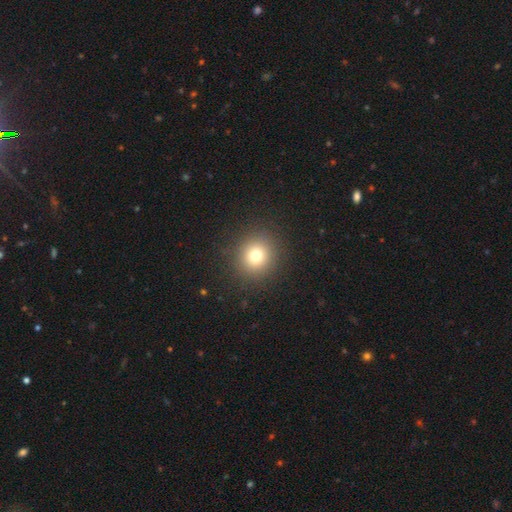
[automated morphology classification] The model was most divided on "smooth or featured": smooth: 76%, star or artifact: 15%, featured or disk: 9%. More confident: merging — none (91%); how rounded — round (90%).